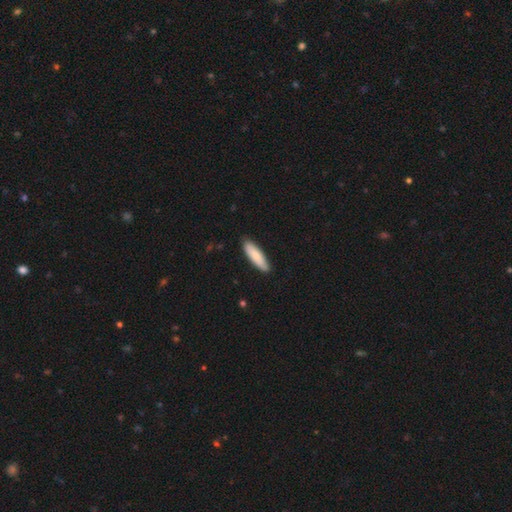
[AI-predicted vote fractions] smooth-or-featured: smooth: 77% | featured or disk: 18% | star or artifact: 5%
  how-rounded: cigar-shaped: 60% | in between: 38% | round: 2%
  merging: none: 87% | minor disturbance: 10% | major disturbance: 2% | merger: 1%